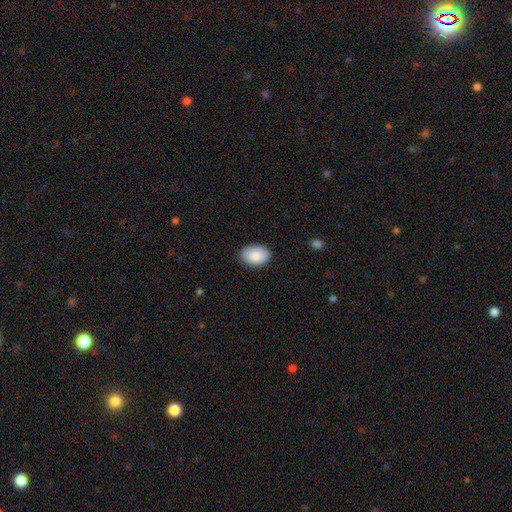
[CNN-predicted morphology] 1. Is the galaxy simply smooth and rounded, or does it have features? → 89% smooth, 6% star or artifact, 5% featured or disk.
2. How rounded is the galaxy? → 88% in between, 11% round, 1% cigar-shaped.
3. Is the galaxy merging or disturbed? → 87% none, 10% minor disturbance, 2% major disturbance, 1% merger.